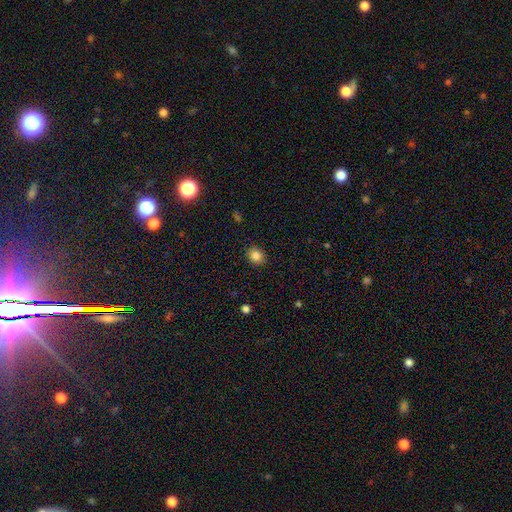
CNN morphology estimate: smooth_or_featured: smooth (p=0.83) [alt: star or artifact p=0.11]
how_rounded: round (p=0.65) [alt: in between p=0.34]
merging: none (p=0.88) [alt: minor disturbance p=0.09]